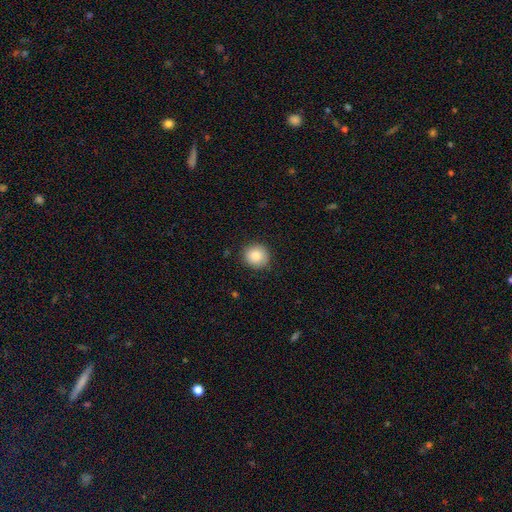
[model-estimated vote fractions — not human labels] Morphology: type=smooth (86%); roundness=round (90%); merging=none (87%).